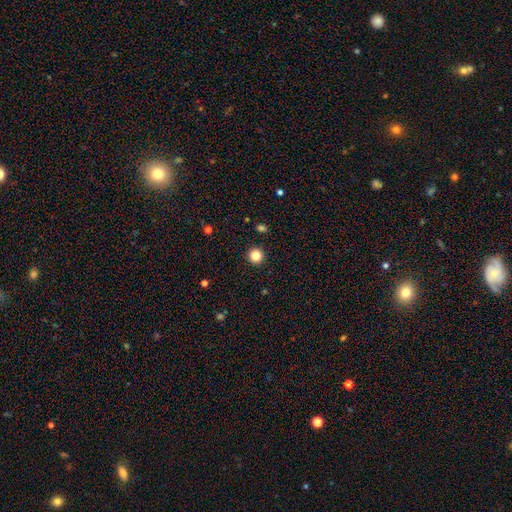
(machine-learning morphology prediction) A smooth galaxy with no disk features (84%) that is round (95%).

Vote fractions:
- Smooth or featured? smooth: 84% / star or artifact: 12% / featured or disk: 4%
- How rounded? round: 95% / in between: 4% / cigar-shaped: 1%
- Merging? none: 93% / minor disturbance: 4% / major disturbance: 1% / merger: 1%